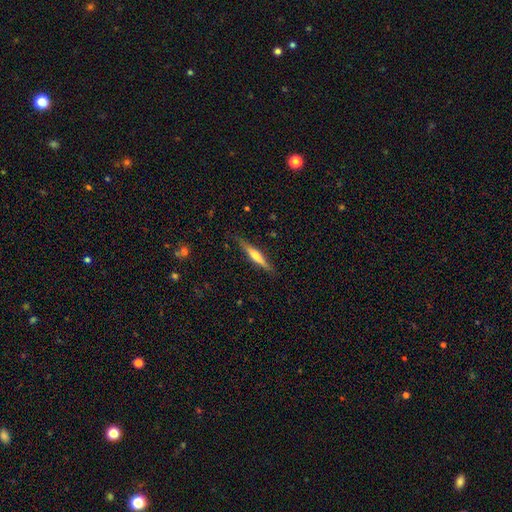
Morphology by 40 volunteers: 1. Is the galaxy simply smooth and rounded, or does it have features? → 52% featured or disk, 38% smooth, 10% star or artifact.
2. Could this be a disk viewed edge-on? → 100% yes, 0% no.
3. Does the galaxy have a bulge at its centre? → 57% rounded, 38% none, 5% boxy.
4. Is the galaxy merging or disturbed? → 83% none, 14% minor disturbance, 3% major disturbance, 0% merger.